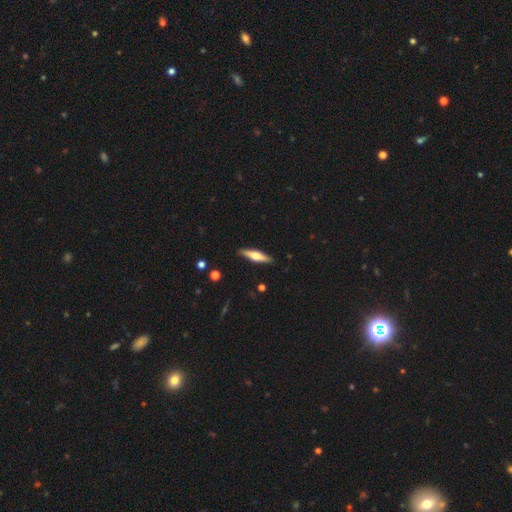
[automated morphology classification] Smooth or featured? featured or disk (49%)
Merging? none (89%)